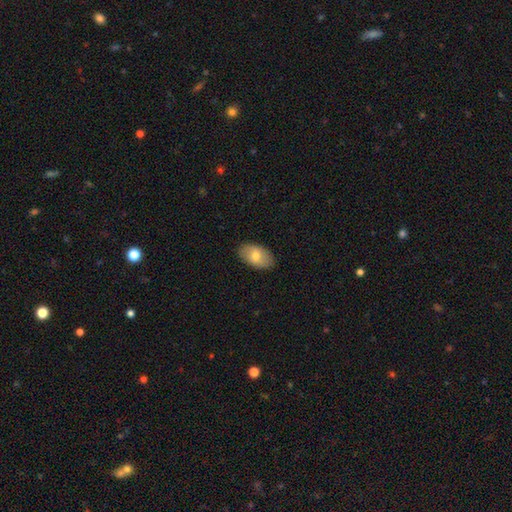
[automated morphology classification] Smooth or featured: smooth — 72% (featured or disk — 22%)
How rounded: in between — 93% (round — 5%)
Merging: none — 87% (minor disturbance — 10%)